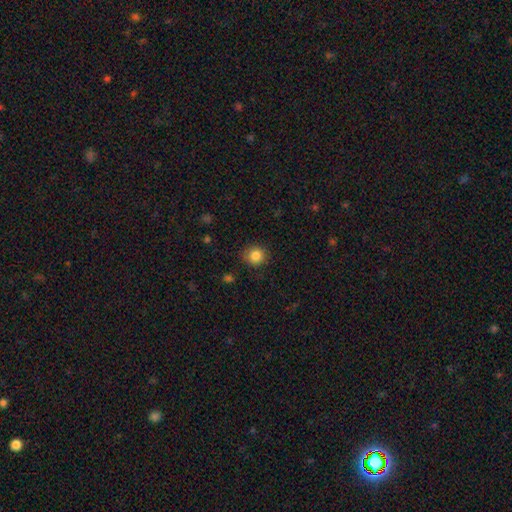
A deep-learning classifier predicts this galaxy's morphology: A smooth galaxy with no disk features (85%) that is round (89%).

Vote fractions:
- Smooth or featured? smooth: 85% / star or artifact: 10% / featured or disk: 4%
- How rounded? round: 89% / in between: 10% / cigar-shaped: 1%
- Merging? none: 86% / minor disturbance: 10% / major disturbance: 3% / merger: 1%